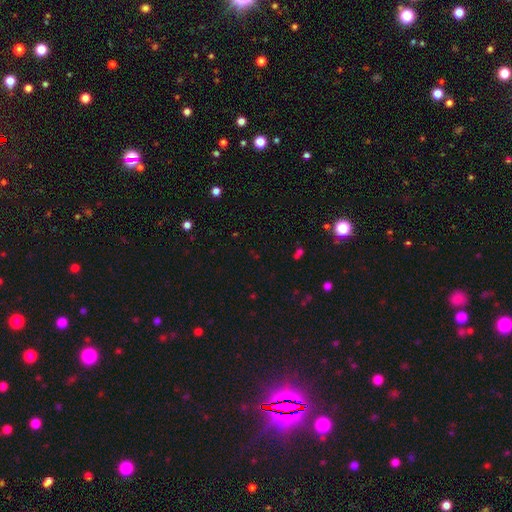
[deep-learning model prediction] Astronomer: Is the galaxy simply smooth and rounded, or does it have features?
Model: star or artifact — 65%.